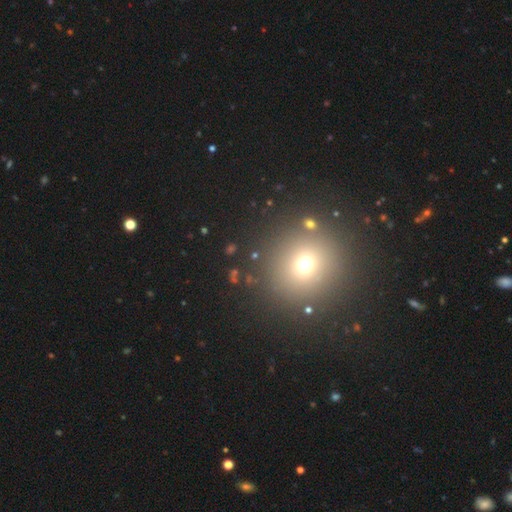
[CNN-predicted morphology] Q: Smooth or featured?
A: smooth (60%); runner-up: star or artifact (31%)
Q: How rounded?
A: round (92%); runner-up: in between (7%)
Q: Merging?
A: none (87%); runner-up: minor disturbance (6%)